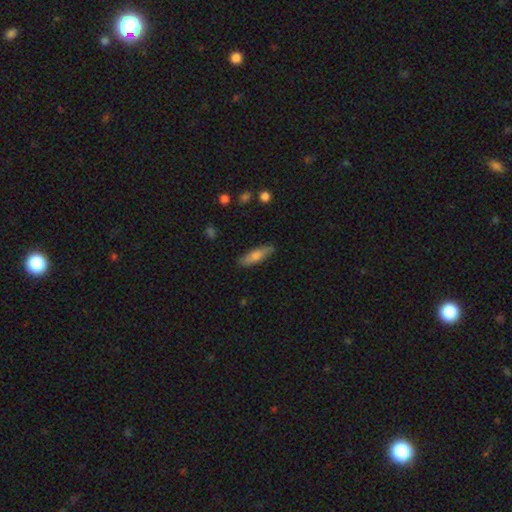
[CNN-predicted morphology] Overall: smooth (68%). How rounded: cigar-shaped (66%; in between 32%). Merging: none (85%).